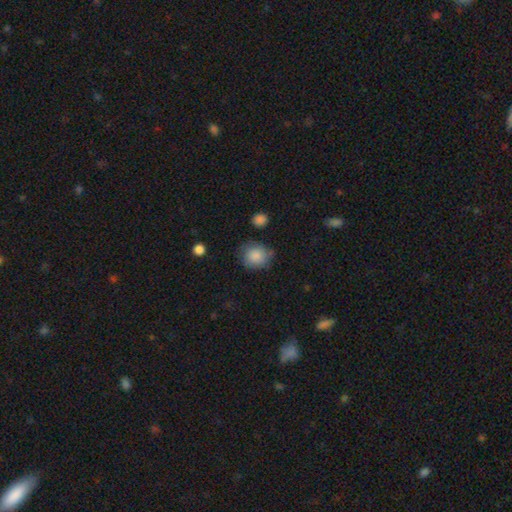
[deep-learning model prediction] Smooth or featured? Predicted: smooth (p=0.86). How rounded? Predicted: round (p=0.80). Merging? Predicted: none (p=0.71).